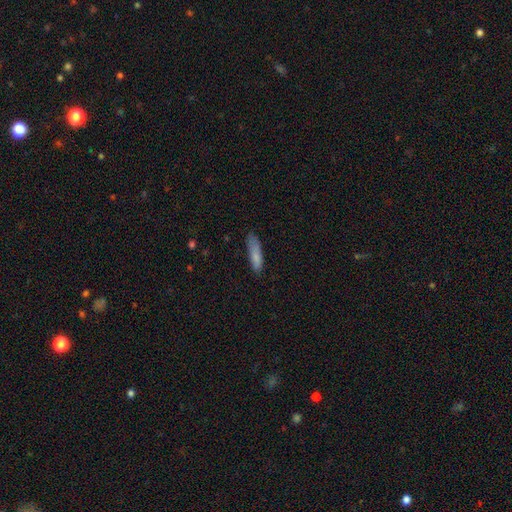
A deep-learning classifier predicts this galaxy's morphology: A smooth galaxy with no disk features (82%) that is cigar-shaped (73%). Merging: none (69%).